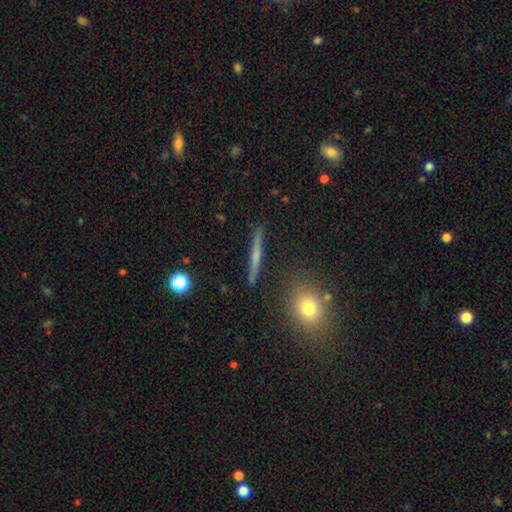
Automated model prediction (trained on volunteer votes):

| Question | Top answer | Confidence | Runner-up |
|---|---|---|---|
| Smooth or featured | featured or disk | 61% | smooth (29%) |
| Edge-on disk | yes | 96% | no (4%) |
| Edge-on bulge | rounded | 53% | none (40%) |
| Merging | none | 90% | minor disturbance (6%) |